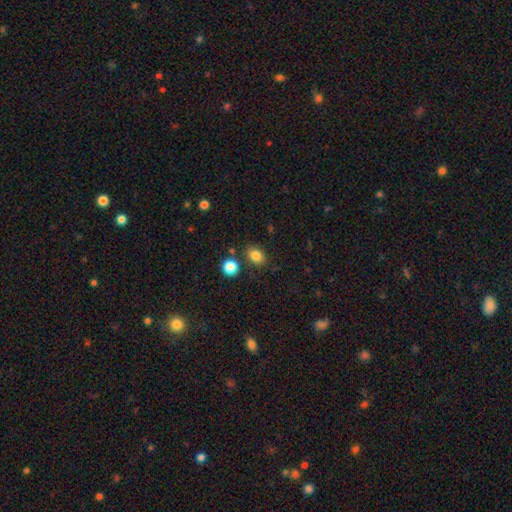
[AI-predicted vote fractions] This appears to be a smooth galaxy with no disk features (83%) that is in between round and cigar-shaped (55%). Merging: none (79%).